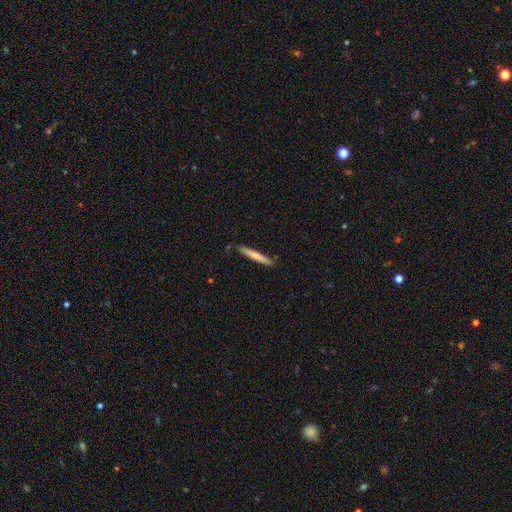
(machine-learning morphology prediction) Smooth or featured? Predicted: smooth (p=0.66). How rounded? Predicted: cigar-shaped (p=0.96). Merging? Predicted: none (p=0.85).